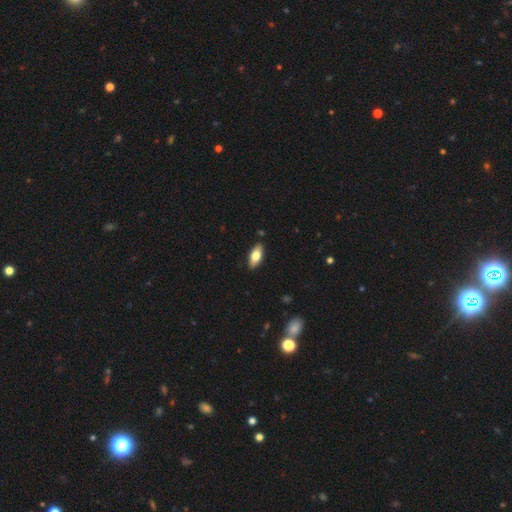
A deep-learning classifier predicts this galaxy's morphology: Smooth or featured?
  - smooth: 74% *
  - featured or disk: 19%
  - star or artifact: 6%
How rounded?
  - in between: 85% *
  - cigar-shaped: 13%
  - round: 2%
Merging?
  - none: 87% *
  - minor disturbance: 10%
  - major disturbance: 2%
  - merger: 1%